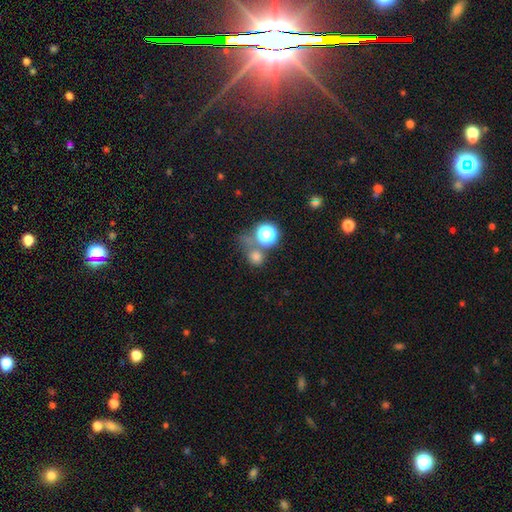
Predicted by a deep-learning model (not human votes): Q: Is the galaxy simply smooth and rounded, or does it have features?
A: smooth — 68%.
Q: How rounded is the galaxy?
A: round — 83%.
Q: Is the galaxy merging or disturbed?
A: none — 56%.